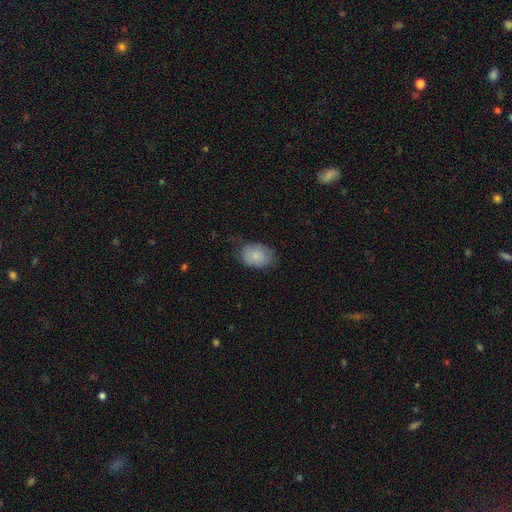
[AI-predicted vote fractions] Smooth or featured? Predicted: smooth (p=0.82). How rounded? Predicted: in between (p=0.76). Merging? Predicted: none (p=0.65).